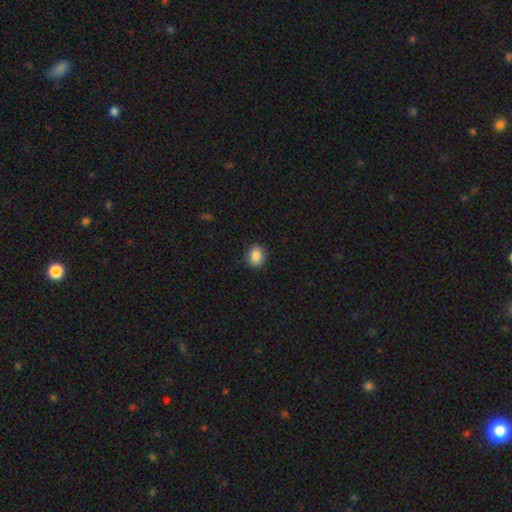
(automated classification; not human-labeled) The model was most divided on "how rounded": round: 52%, in between: 46%, cigar-shaped: 1%. More confident: merging — none (89%); smooth or featured — smooth (85%).